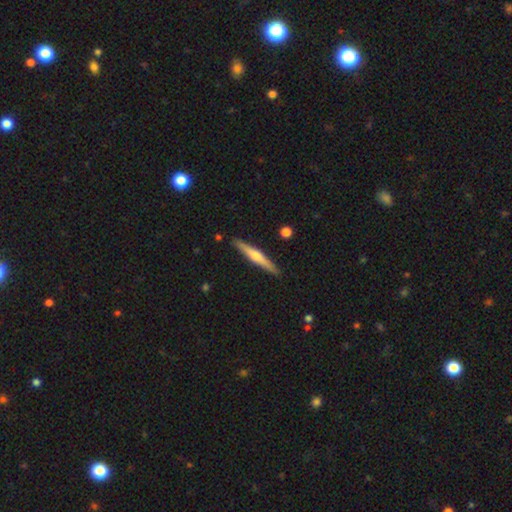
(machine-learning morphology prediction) Smooth or featured?
  - featured or disk: 62% *
  - smooth: 33%
  - star or artifact: 5%
Edge-on disk?
  - yes: 97% *
  - no: 3%
Edge-on bulge?
  - rounded: 82% *
  - none: 10%
  - boxy: 7%
Merging?
  - none: 90% *
  - minor disturbance: 7%
  - merger: 2%
  - major disturbance: 1%